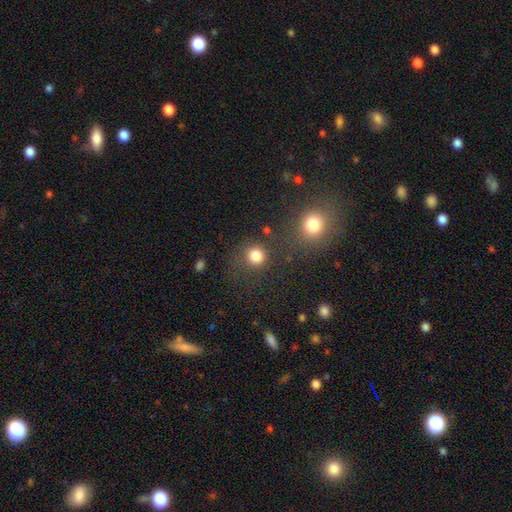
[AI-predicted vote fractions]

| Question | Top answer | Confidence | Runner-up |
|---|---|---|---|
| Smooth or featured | smooth | 83% | star or artifact (12%) |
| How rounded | round | 90% | in between (9%) |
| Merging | none | 75% | minor disturbance (10%) |